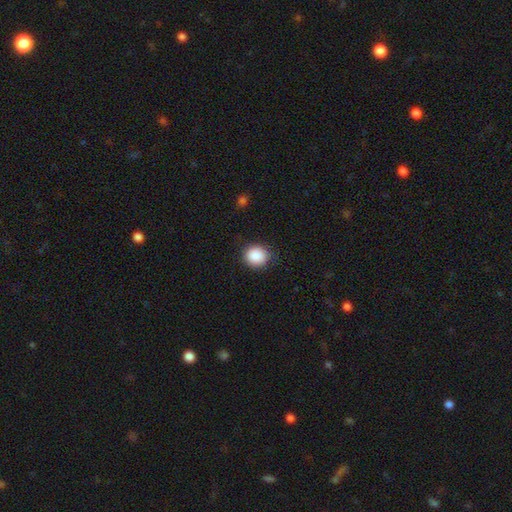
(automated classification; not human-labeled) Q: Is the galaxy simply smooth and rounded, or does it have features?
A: smooth — 89%.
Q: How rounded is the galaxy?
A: round — 85%.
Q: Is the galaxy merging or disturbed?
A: none — 86%.